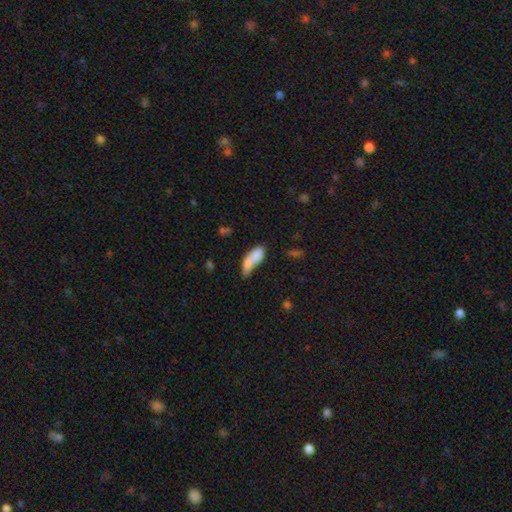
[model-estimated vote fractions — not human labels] A smooth galaxy with no disk features (74%) that is in between round and cigar-shaped (73%). Merging: merger (43%).